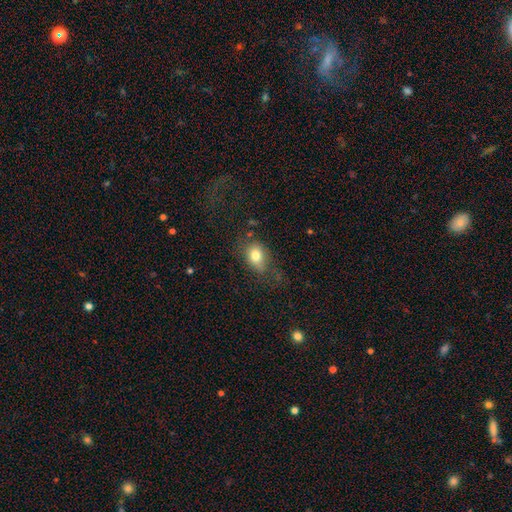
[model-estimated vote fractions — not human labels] Q: Smooth or featured?
A: smooth (77%); runner-up: featured or disk (12%)
Q: How rounded?
A: in between (68%); runner-up: round (30%)
Q: Merging?
A: none (58%); runner-up: minor disturbance (25%)